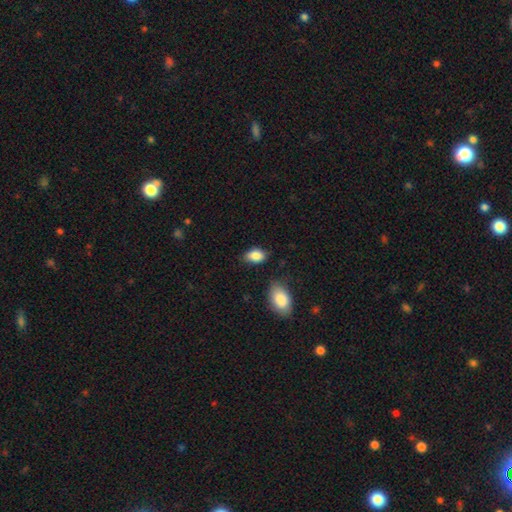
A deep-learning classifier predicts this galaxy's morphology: Smooth or featured? Predicted: smooth (p=0.86). How rounded? Predicted: in between (p=0.85). Merging? Predicted: none (p=0.67).